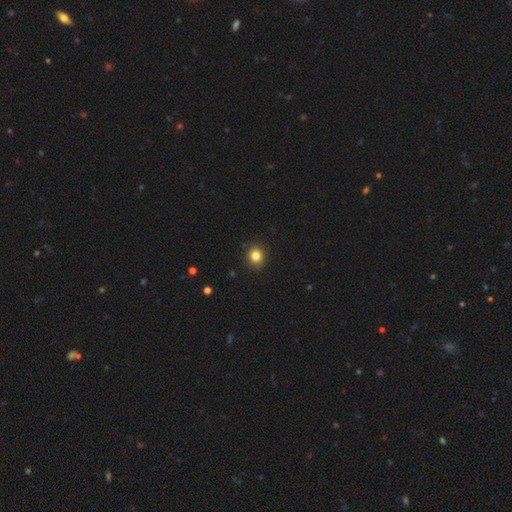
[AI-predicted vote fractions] Smooth or featured? smooth (84%)
How rounded? round (79%)
Merging? none (90%)